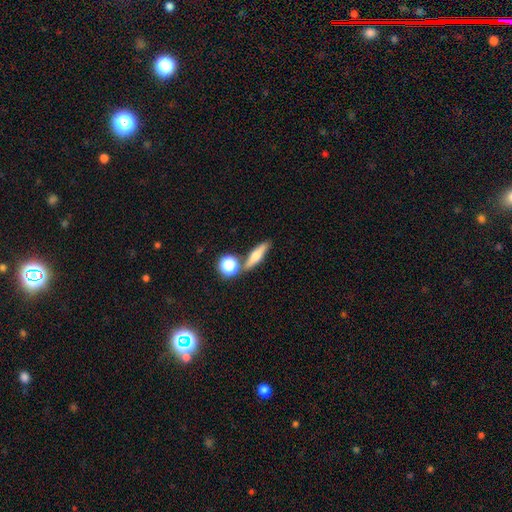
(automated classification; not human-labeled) A smooth galaxy with no disk features (51%) that is cigar-shaped (59%). Merging: none (72%).